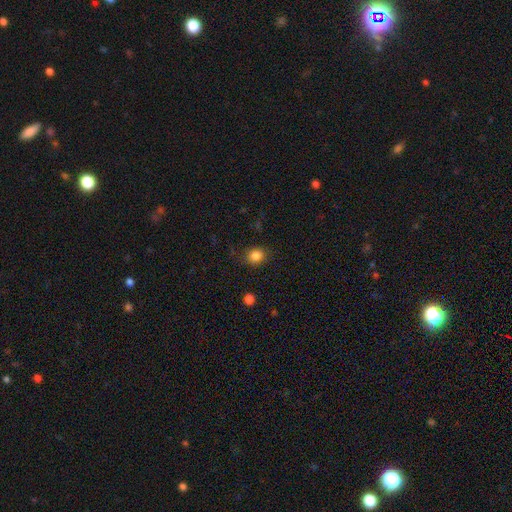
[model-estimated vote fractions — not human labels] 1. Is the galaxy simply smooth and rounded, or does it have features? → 85% smooth, 11% star or artifact, 4% featured or disk.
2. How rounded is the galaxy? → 68% round, 32% in between, 1% cigar-shaped.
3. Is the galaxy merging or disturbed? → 83% none, 12% minor disturbance, 4% major disturbance, 1% merger.